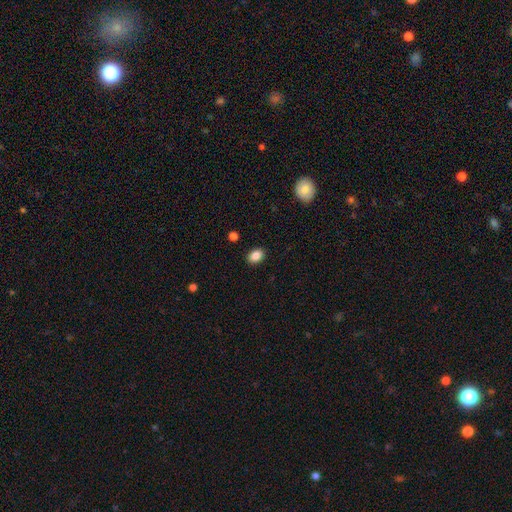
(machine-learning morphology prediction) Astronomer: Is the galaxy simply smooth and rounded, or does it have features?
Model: smooth — 87%.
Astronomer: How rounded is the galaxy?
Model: in between — 74%.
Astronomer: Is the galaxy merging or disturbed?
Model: none — 89%.